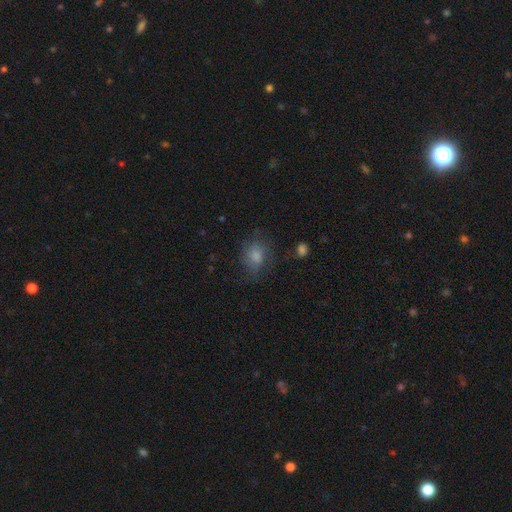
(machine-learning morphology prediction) Q: Smooth or featured?
A: smooth (77%); runner-up: featured or disk (13%)
Q: How rounded?
A: in between (51%); runner-up: round (48%)
Q: Merging?
A: none (61%); runner-up: minor disturbance (23%)